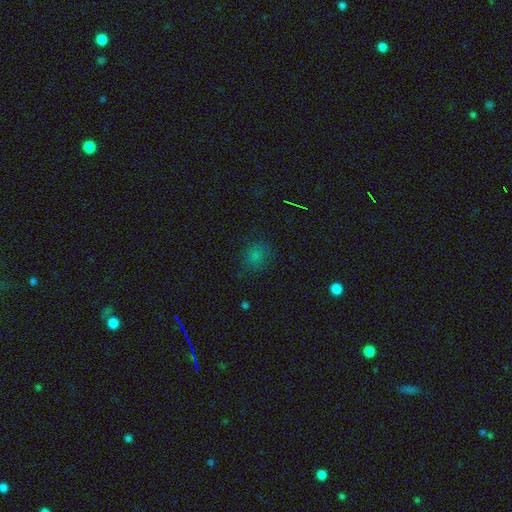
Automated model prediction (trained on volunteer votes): Smooth or featured? smooth (71%)
How rounded? round (70%)
Merging? none (73%)